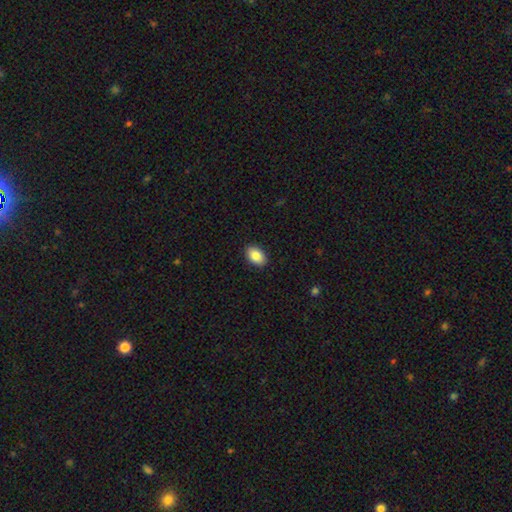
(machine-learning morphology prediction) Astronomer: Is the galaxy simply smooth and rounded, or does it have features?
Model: smooth — 87%.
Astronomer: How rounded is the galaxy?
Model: in between — 88%.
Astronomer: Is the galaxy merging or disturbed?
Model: none — 91%.